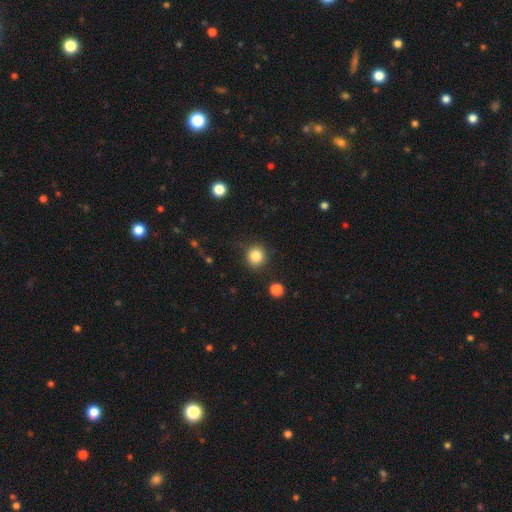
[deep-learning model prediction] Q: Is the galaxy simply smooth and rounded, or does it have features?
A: smooth — 85%.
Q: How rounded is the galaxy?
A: round — 88%.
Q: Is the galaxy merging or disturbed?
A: none — 85%.